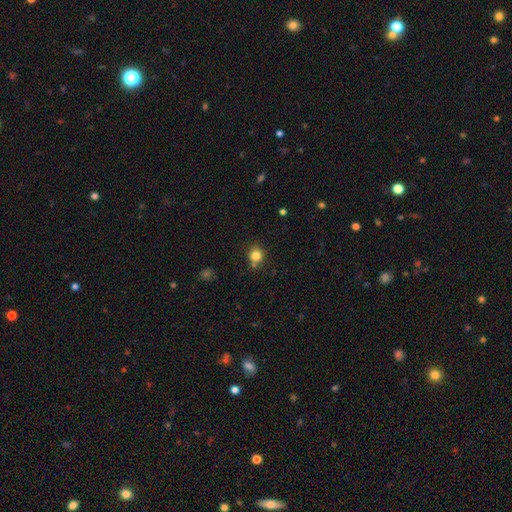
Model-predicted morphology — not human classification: smooth-or-featured: smooth: 82% | star or artifact: 12% | featured or disk: 6%
  how-rounded: round: 86% | in between: 13% | cigar-shaped: 1%
  merging: none: 74% | minor disturbance: 12% | merger: 11% | major disturbance: 3%